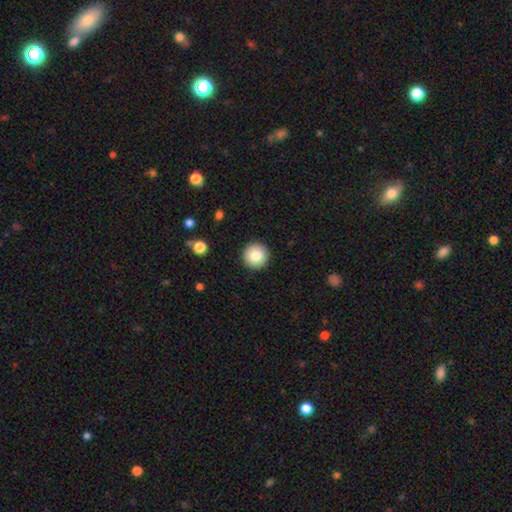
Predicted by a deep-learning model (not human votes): This is clearly a smooth galaxy (81%). How rounded: clearly round (96%). Merging: clearly none (93%).